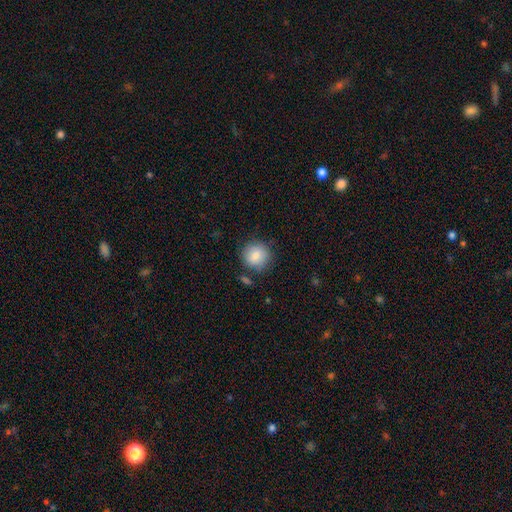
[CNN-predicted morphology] smooth-or-featured: smooth: 84% | featured or disk: 8% | star or artifact: 8%
  how-rounded: round: 92% | in between: 7% | cigar-shaped: 1%
  merging: none: 80% | minor disturbance: 12% | merger: 4% | major disturbance: 3%